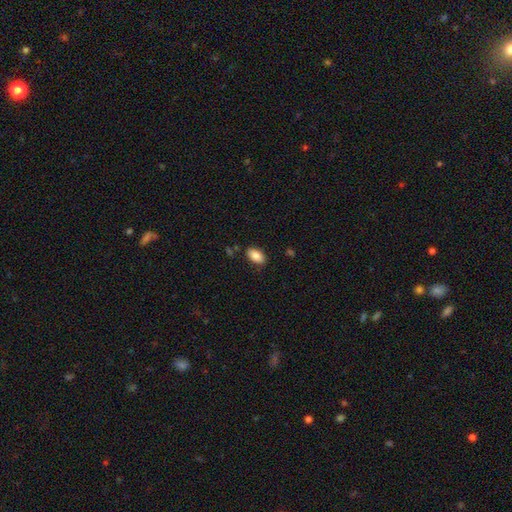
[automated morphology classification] smooth 86%, star or artifact 7%, featured or disk 7%. Down the decision tree: how rounded — in between (93%); merging — none (85%).